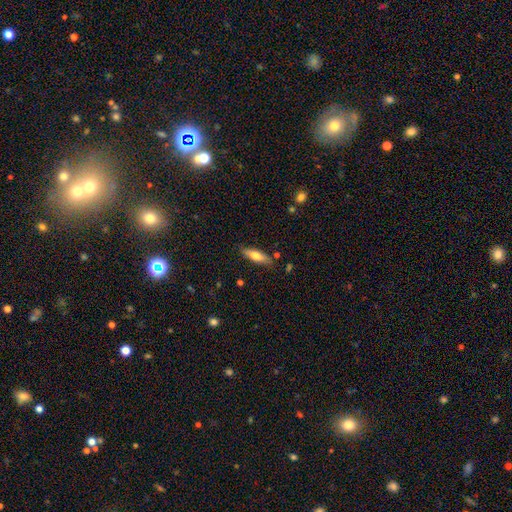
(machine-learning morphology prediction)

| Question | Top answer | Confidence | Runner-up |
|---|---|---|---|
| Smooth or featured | smooth | 66% | featured or disk (27%) |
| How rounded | cigar-shaped | 51% | in between (47%) |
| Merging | none | 82% | minor disturbance (13%) |